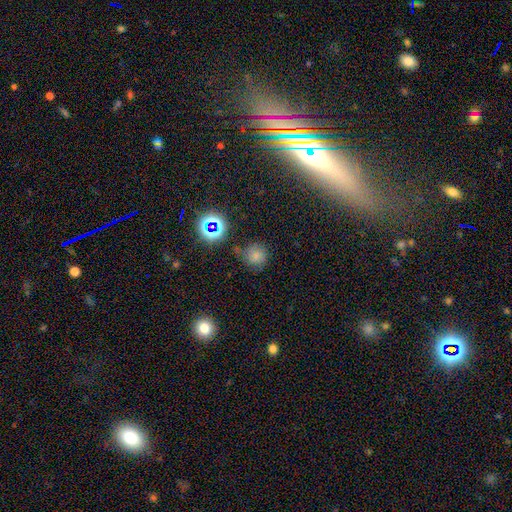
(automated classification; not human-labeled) Q: Smooth or featured?
A: smooth (67%); runner-up: star or artifact (24%)
Q: How rounded?
A: round (87%); runner-up: in between (12%)
Q: Merging?
A: none (65%); runner-up: minor disturbance (21%)